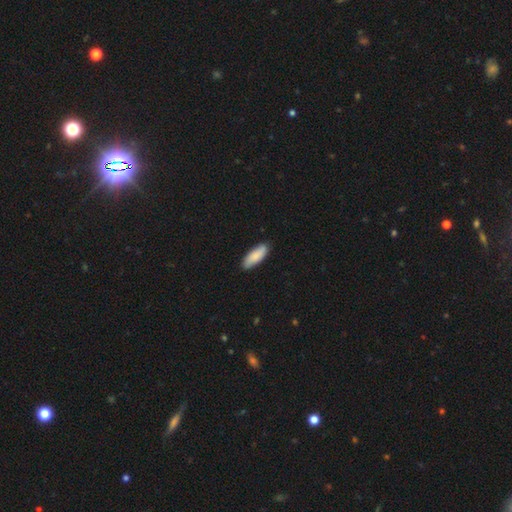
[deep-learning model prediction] Q: Smooth or featured?
A: smooth (84%); runner-up: featured or disk (11%)
Q: How rounded?
A: in between (66%); runner-up: cigar-shaped (32%)
Q: Merging?
A: none (86%); runner-up: minor disturbance (12%)